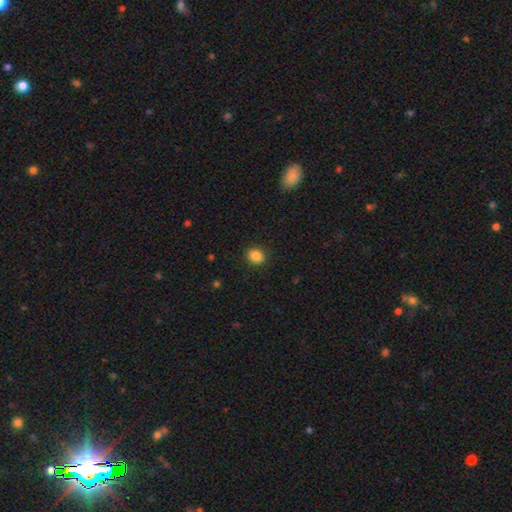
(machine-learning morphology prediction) This appears to be a smooth galaxy with no disk features (86%) that is round (70%). Merging: none (89%).